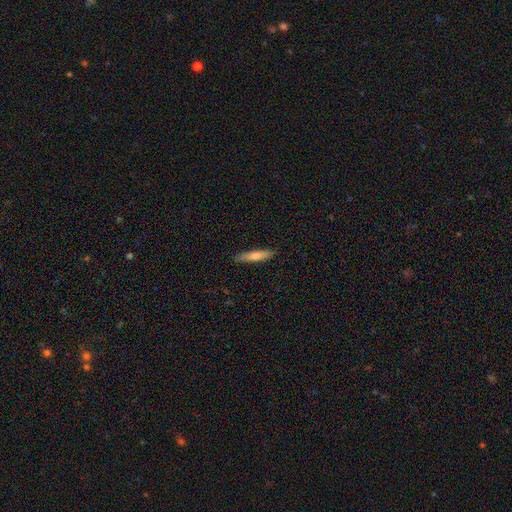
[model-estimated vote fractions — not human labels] Q: Smooth or featured?
A: smooth (75%); runner-up: featured or disk (19%)
Q: How rounded?
A: cigar-shaped (86%); runner-up: in between (13%)
Q: Merging?
A: none (88%); runner-up: minor disturbance (10%)